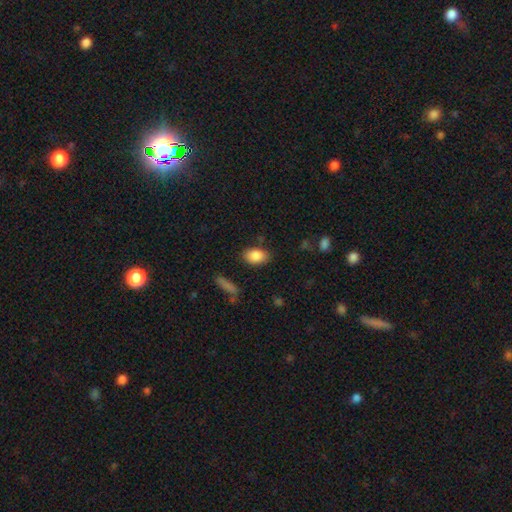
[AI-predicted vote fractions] smooth_or_featured: smooth (p=0.87) [alt: star or artifact p=0.07]
how_rounded: in between (p=0.88) [alt: round p=0.10]
merging: none (p=0.82) [alt: minor disturbance p=0.12]